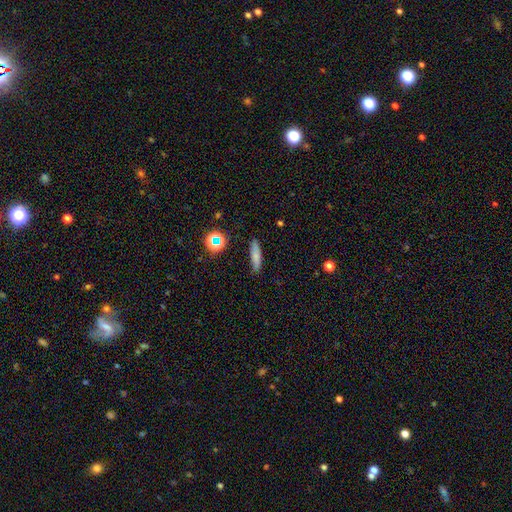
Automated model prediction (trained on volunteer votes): smooth-or-featured: smooth: 76% | featured or disk: 13% | star or artifact: 11%
  how-rounded: cigar-shaped: 68% | in between: 29% | round: 3%
  merging: none: 80% | minor disturbance: 15% | major disturbance: 3% | merger: 2%